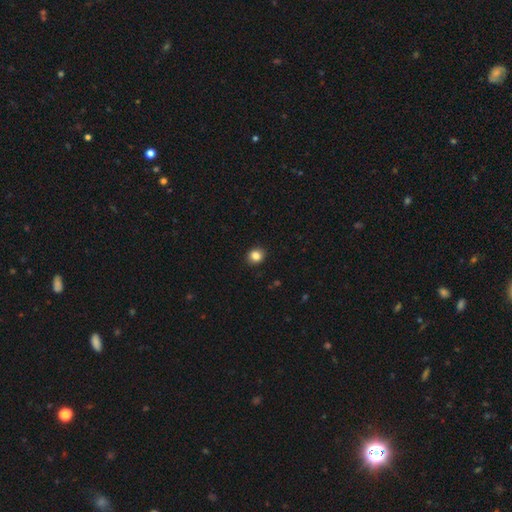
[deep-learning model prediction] smooth_or_featured: smooth (p=0.85) [alt: star or artifact p=0.11]
how_rounded: round (p=0.80) [alt: in between p=0.19]
merging: none (p=0.92) [alt: minor disturbance p=0.06]